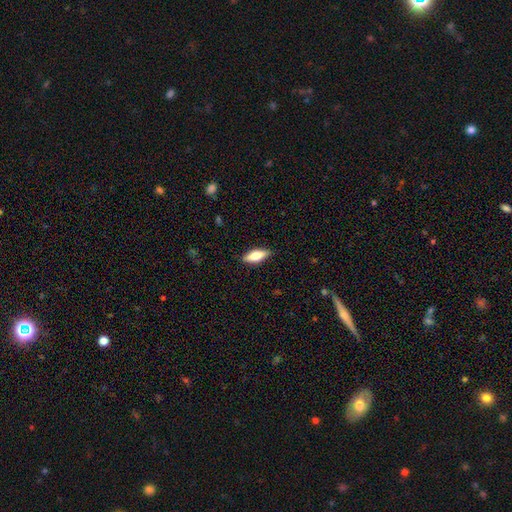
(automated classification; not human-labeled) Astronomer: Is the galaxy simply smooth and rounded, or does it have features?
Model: smooth — 62%.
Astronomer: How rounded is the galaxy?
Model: in between — 64%.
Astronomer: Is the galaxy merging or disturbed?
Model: none — 88%.